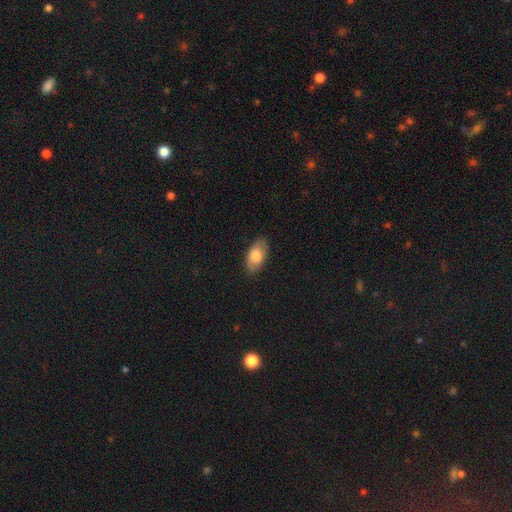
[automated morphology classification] Smooth or featured: smooth — 78% (featured or disk — 16%)
How rounded: in between — 92% (round — 5%)
Merging: none — 83% (minor disturbance — 13%)